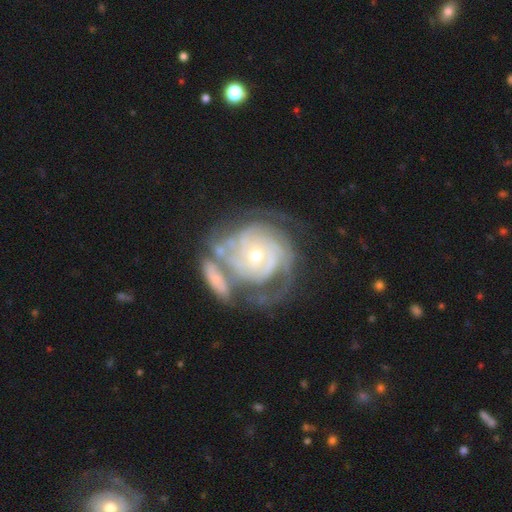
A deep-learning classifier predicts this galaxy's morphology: type=featured or disk (86%); edge-on=no (97%); bar=no (75%); spiral arms=yes (93%); winding=tight (76%); arm count=can't tell (39%); bulge=moderate (49%); merging=none (41%).